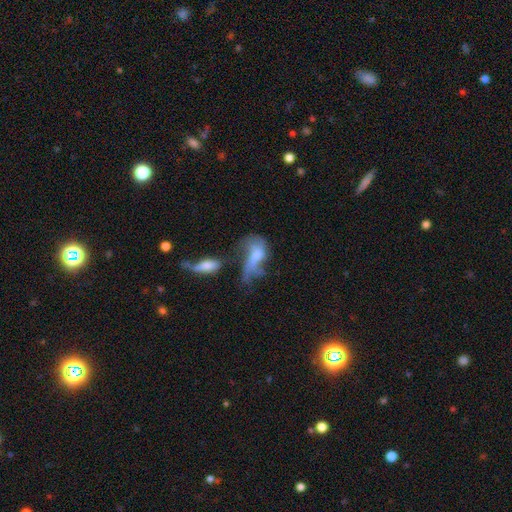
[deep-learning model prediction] The model was most divided on "merging": major disturbance: 37%, merger: 33%, none: 17%, minor disturbance: 14%. Remaining: smooth or featured — featured or disk (48%).